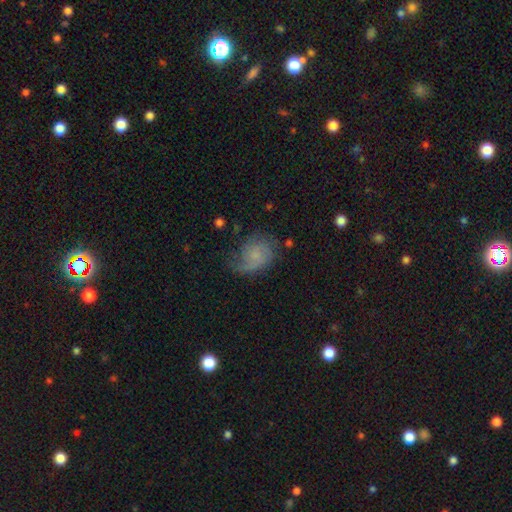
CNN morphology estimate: smooth-or-featured: featured or disk: 48% | smooth: 42% | star or artifact: 10%
  merging: none: 46% | minor disturbance: 29% | major disturbance: 23% | merger: 2%